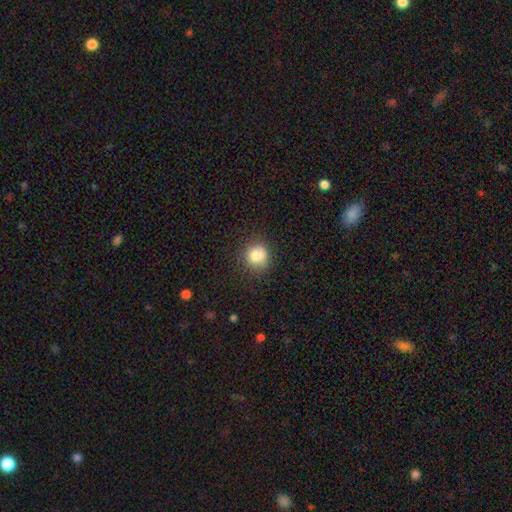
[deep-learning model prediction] smooth_or_featured: smooth (p=0.80) [alt: star or artifact p=0.11]
how_rounded: round (p=0.90) [alt: in between p=0.10]
merging: none (p=0.79) [alt: minor disturbance p=0.15]